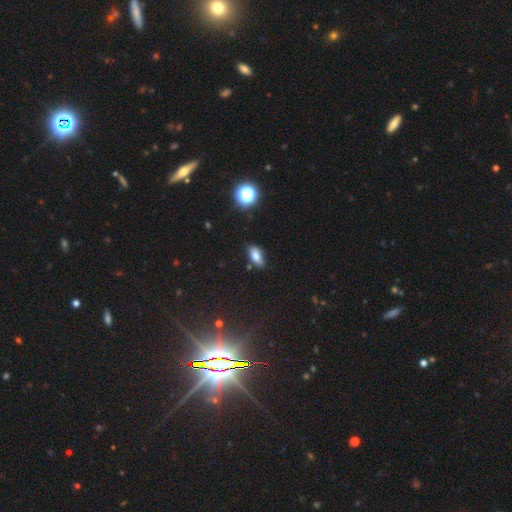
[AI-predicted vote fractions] smooth_or_featured: smooth (p=0.78) [alt: star or artifact p=0.12]
how_rounded: in between (p=0.87) [alt: cigar-shaped p=0.08]
merging: none (p=0.75) [alt: minor disturbance p=0.19]